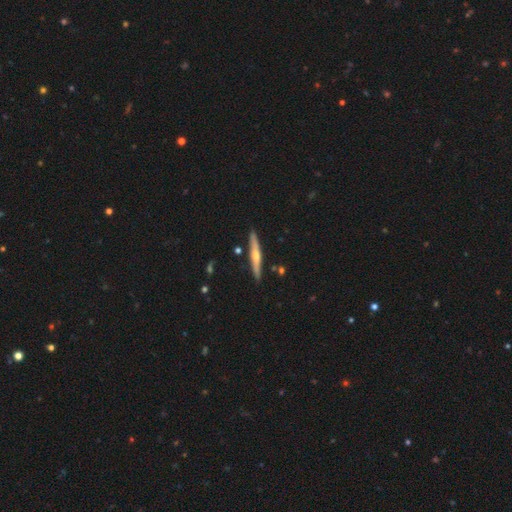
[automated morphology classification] Smooth or featured?
  - featured or disk: 63% *
  - smooth: 31%
  - star or artifact: 5%
Edge-on disk?
  - yes: 97% *
  - no: 3%
Edge-on bulge?
  - rounded: 83% *
  - none: 11%
  - boxy: 5%
Merging?
  - none: 89% *
  - minor disturbance: 8%
  - merger: 2%
  - major disturbance: 1%